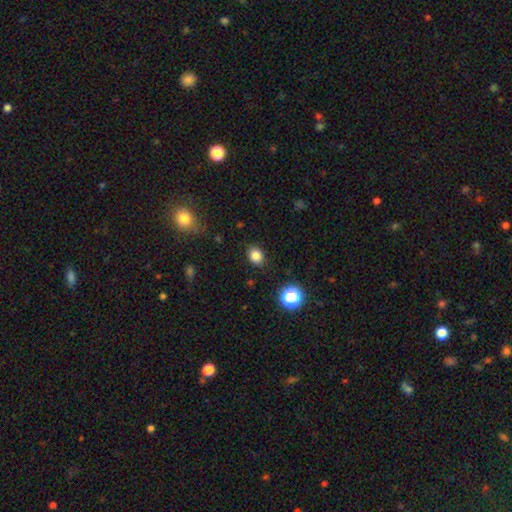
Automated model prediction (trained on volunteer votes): smooth-or-featured: smooth: 83% | star or artifact: 12% | featured or disk: 5%
  how-rounded: in between: 53% | round: 46% | cigar-shaped: 1%
  merging: none: 86% | minor disturbance: 10% | major disturbance: 3% | merger: 1%